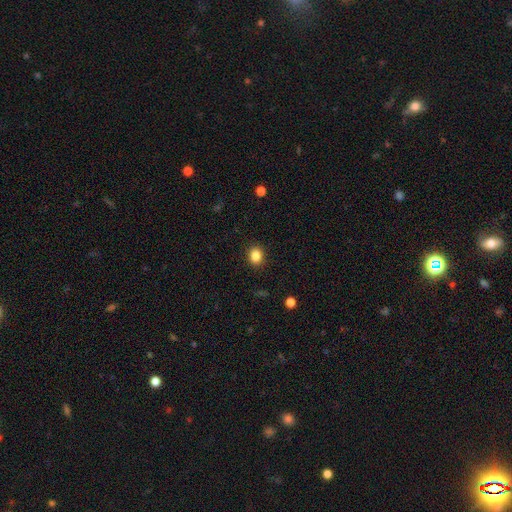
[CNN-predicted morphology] smooth 85%, star or artifact 10%, featured or disk 4%. Down the decision tree: how rounded — round (64%); merging — none (90%).